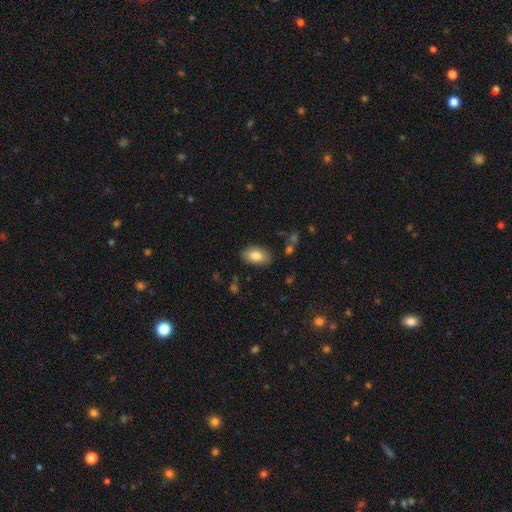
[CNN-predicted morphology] Smooth or featured? Predicted: smooth (p=0.83). How rounded? Predicted: in between (p=0.92). Merging? Predicted: none (p=0.84).